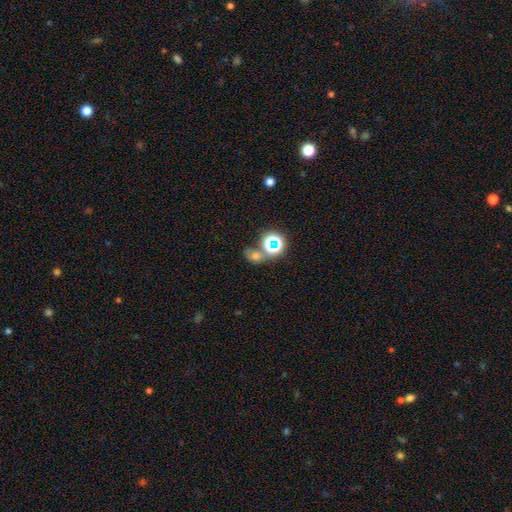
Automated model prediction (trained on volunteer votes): Smooth or featured? star or artifact (47%)